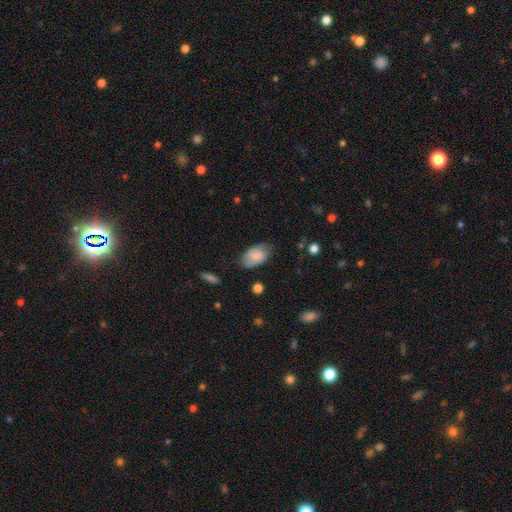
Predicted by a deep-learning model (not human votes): The model was most divided on "merging": none: 73%, minor disturbance: 20%, major disturbance: 5%, merger: 1%. More confident: how rounded — in between (94%); smooth or featured — smooth (74%).